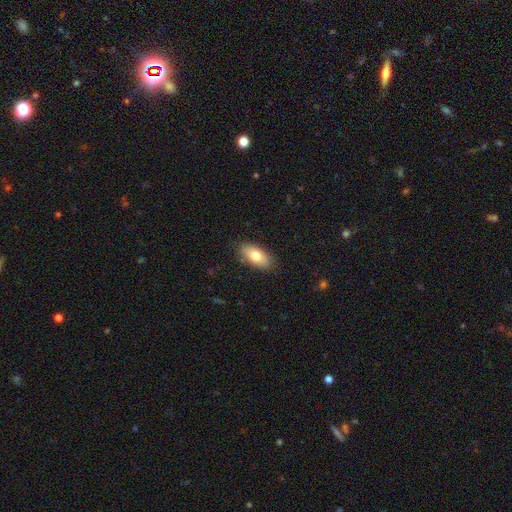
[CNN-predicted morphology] Smooth or featured?
  - smooth: 77% *
  - featured or disk: 16%
  - star or artifact: 7%
How rounded?
  - in between: 91% *
  - cigar-shaped: 6%
  - round: 4%
Merging?
  - none: 86% *
  - minor disturbance: 10%
  - major disturbance: 2%
  - merger: 1%